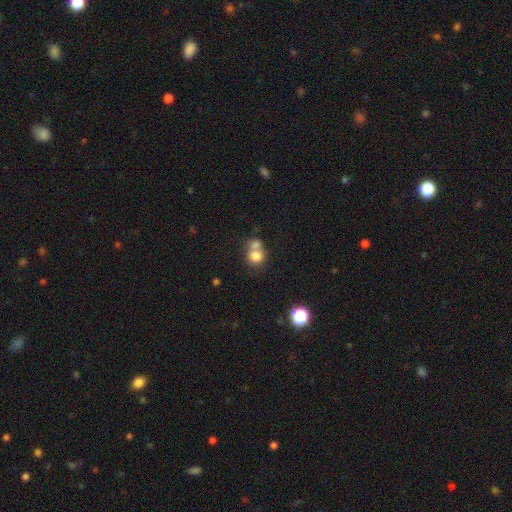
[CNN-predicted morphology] This appears to be a smooth galaxy with no disk features (78%) that is round (71%). Merging: merger (52%).